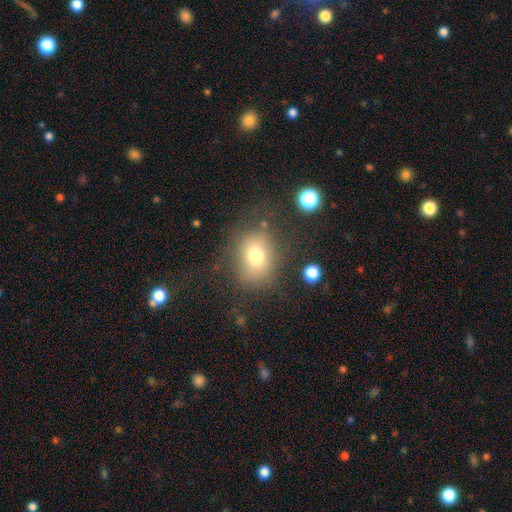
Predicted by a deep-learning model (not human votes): smooth 73%, featured or disk 14%, star or artifact 13%. Down the decision tree: how rounded — round (52%); merging — none (67%).